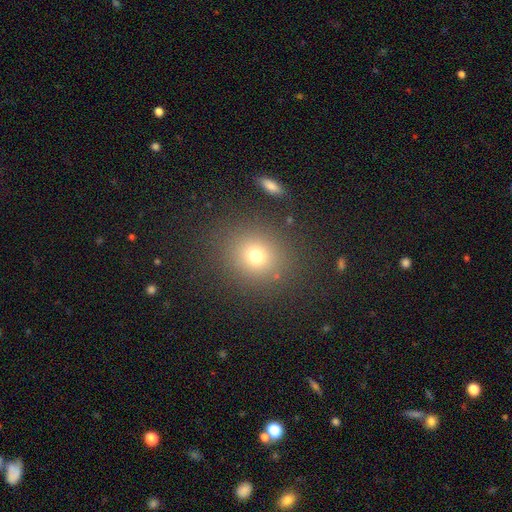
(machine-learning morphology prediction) Overall: smooth (72%). How rounded: round (80%). Merging: none (85%).